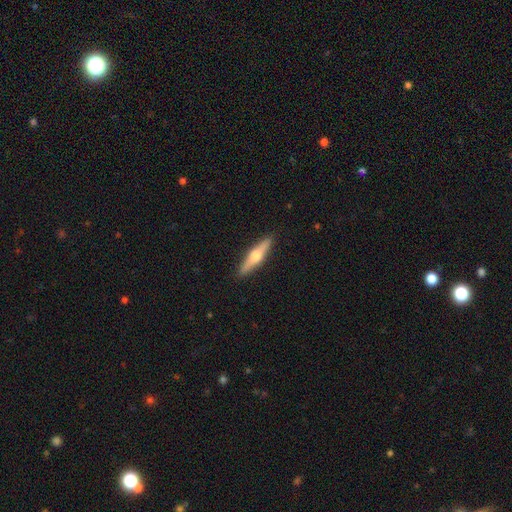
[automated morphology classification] Smooth or featured: featured or disk — 58% (smooth — 36%)
Edge-on disk: yes — 96% (no — 4%)
Edge-on bulge: rounded — 94% (boxy — 3%)
Merging: none — 91% (minor disturbance — 7%)